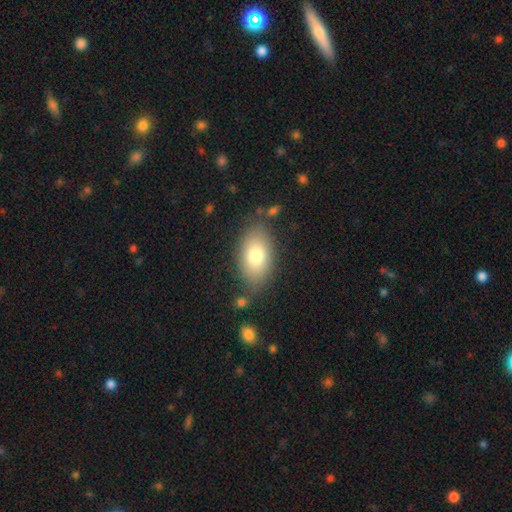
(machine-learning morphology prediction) This is likely a smooth galaxy (78%). How rounded: clearly in between (92%). Merging: likely none (77%).